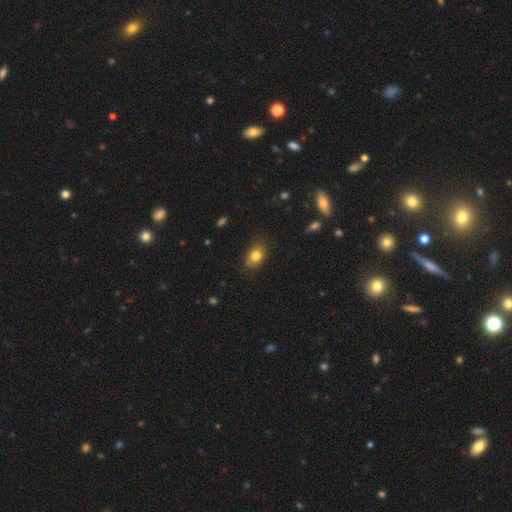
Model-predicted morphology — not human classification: smooth_or_featured: smooth (p=0.79) [alt: featured or disk p=0.11]
how_rounded: in between (p=0.72) [alt: round p=0.26]
merging: none (p=0.74) [alt: minor disturbance p=0.20]